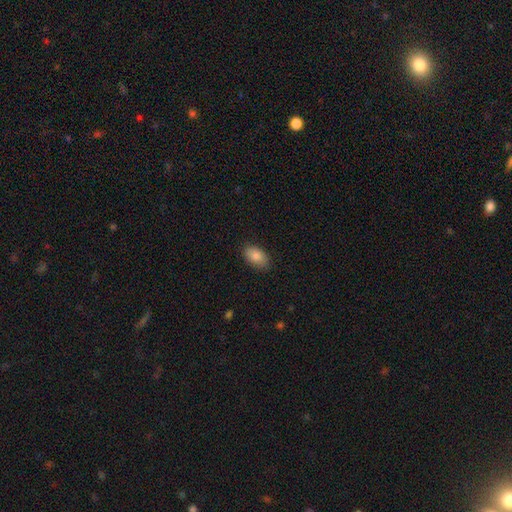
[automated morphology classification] This is clearly a smooth galaxy (85%). How rounded: clearly in between (91%). Merging: clearly none (86%).